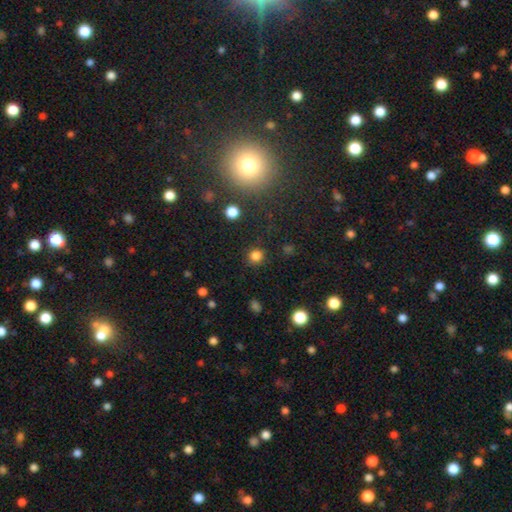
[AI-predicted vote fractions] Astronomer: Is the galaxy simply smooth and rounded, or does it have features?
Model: smooth — 80%.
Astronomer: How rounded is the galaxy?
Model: round — 88%.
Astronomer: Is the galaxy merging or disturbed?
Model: none — 87%.